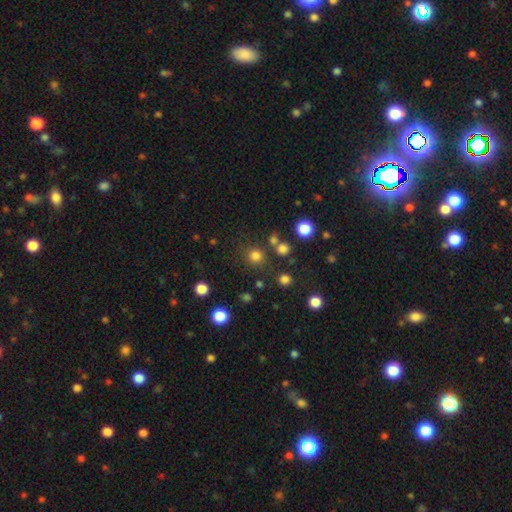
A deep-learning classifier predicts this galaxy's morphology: The model was most divided on "smooth or featured": smooth: 78%, star or artifact: 17%, featured or disk: 5%. More confident: how rounded — round (92%); merging — none (80%).